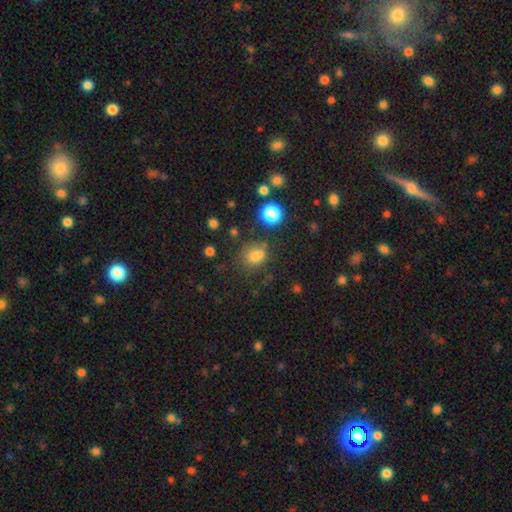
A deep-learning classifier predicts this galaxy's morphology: Smooth or featured? Predicted: smooth (p=0.70). How rounded? Predicted: round (p=0.70). Merging? Predicted: none (p=0.63).